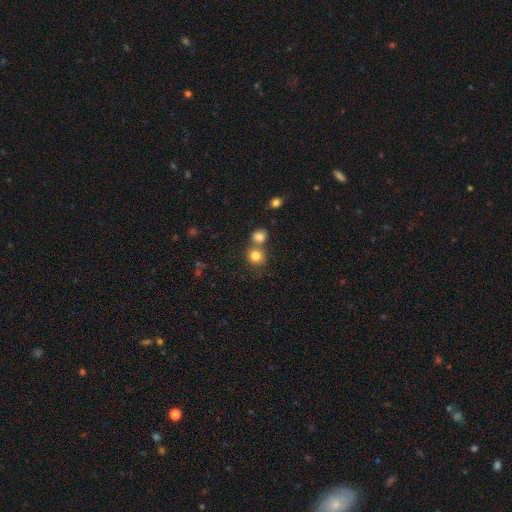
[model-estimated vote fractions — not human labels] This appears to be a smooth galaxy with no disk features (83%) that is round (82%). Merging: none (53%).